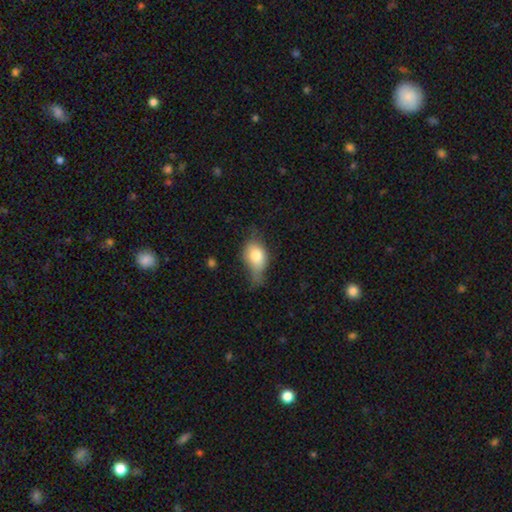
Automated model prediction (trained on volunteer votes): smooth_or_featured: smooth (p=0.74) [alt: featured or disk p=0.18]
how_rounded: in between (p=0.77) [alt: round p=0.20]
merging: minor disturbance (p=0.43) [alt: none p=0.31]